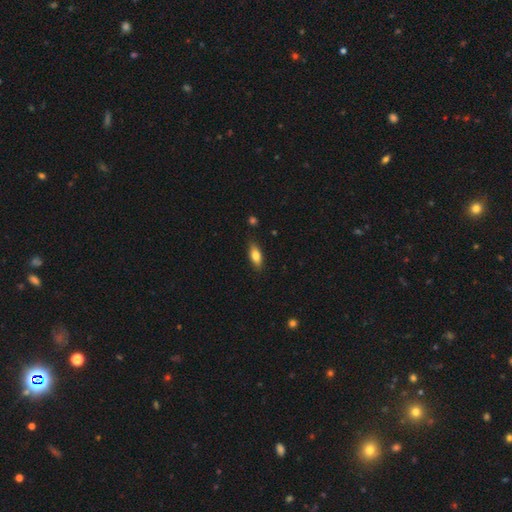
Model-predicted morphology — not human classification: Smooth or featured? smooth (78%)
How rounded? in between (79%)
Merging? none (84%)